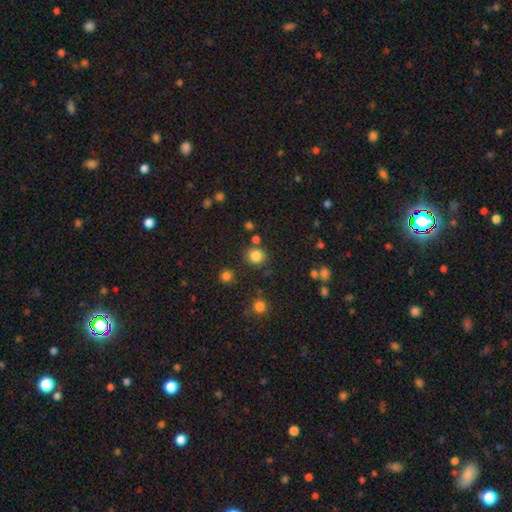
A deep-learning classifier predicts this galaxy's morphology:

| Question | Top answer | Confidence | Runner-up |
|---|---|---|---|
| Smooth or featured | smooth | 83% | star or artifact (13%) |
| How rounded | round | 86% | in between (13%) |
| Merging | none | 81% | minor disturbance (9%) |